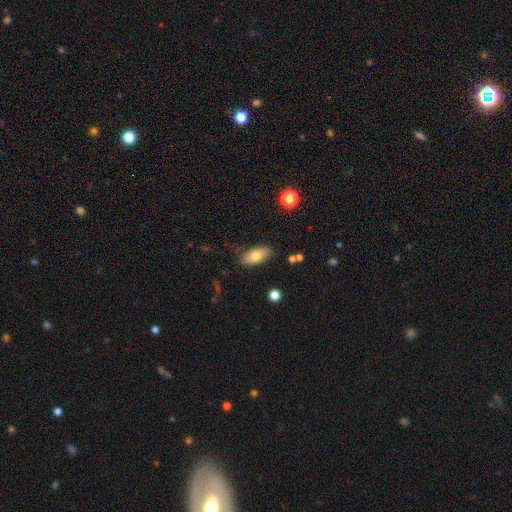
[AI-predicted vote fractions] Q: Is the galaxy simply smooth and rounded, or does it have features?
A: smooth — 75%.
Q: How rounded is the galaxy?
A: in between — 89%.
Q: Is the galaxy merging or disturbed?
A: none — 78%.